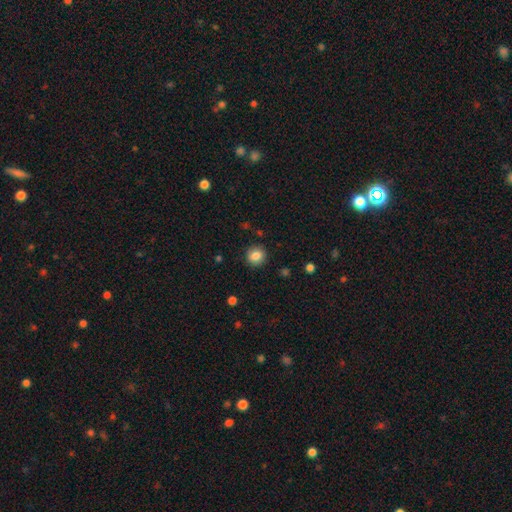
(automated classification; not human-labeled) This appears to be a smooth galaxy with no disk features (85%) that is round (90%). Merging: none (90%).